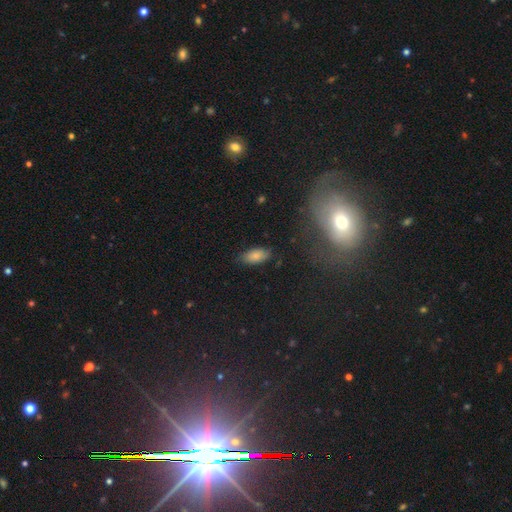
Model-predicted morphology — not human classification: A smooth galaxy with no disk features (78%) that is in between round and cigar-shaped (91%). Merging: none (79%).